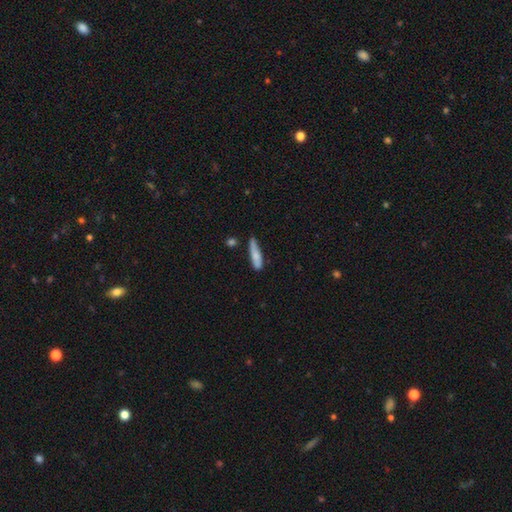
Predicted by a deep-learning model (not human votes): smooth-or-featured: smooth: 77% | featured or disk: 17% | star or artifact: 6%
  how-rounded: cigar-shaped: 77% | in between: 22% | round: 2%
  merging: none: 60% | minor disturbance: 29% | major disturbance: 6% | merger: 5%